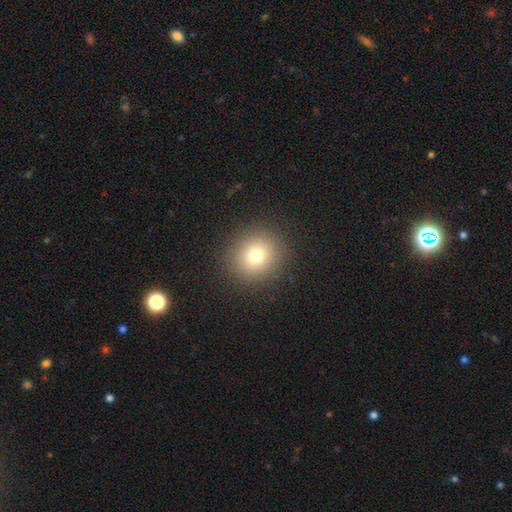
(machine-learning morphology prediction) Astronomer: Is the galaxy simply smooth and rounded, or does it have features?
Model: smooth — 76%.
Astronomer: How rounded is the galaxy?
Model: round — 90%.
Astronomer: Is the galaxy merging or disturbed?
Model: none — 91%.